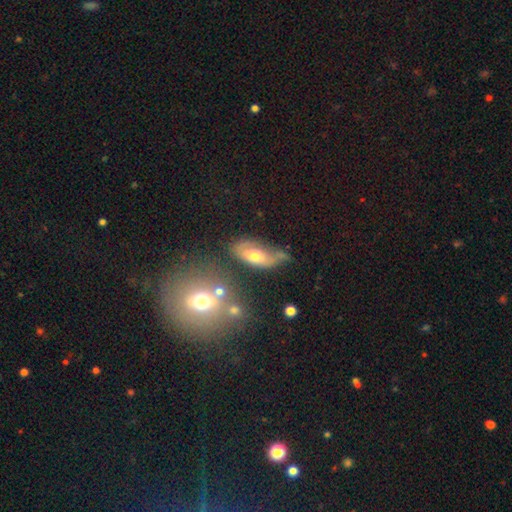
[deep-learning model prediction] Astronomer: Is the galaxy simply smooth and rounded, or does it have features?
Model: smooth — 51% (runner-up: featured or disk, 39%).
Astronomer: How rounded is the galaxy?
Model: in between — 83%.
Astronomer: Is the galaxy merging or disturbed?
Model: none — 36% (runner-up: minor disturbance, 30%).